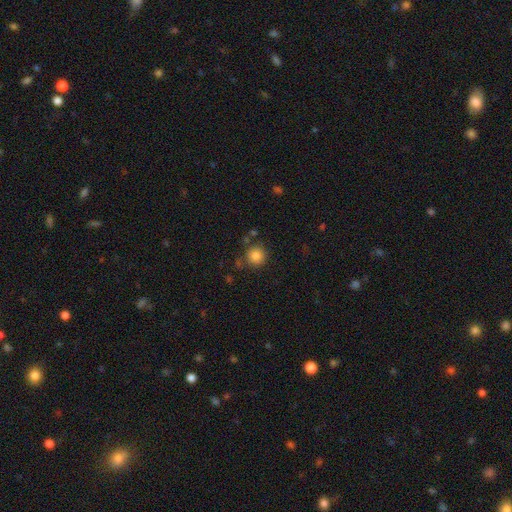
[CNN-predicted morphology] This is clearly a smooth galaxy (84%). How rounded: clearly round (92%). Merging: likely none (79%).